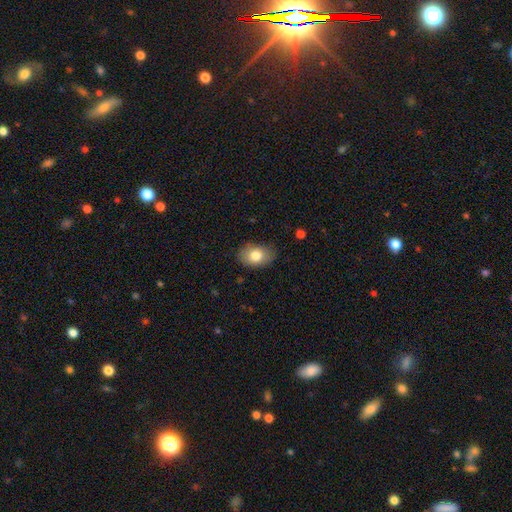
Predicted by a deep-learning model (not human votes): This is likely a smooth galaxy (80%). How rounded: clearly in between (82%). Merging: clearly none (80%).